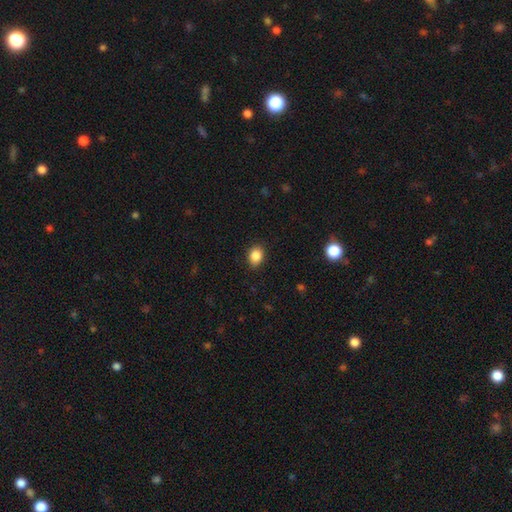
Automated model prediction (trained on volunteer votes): Morphology: type=smooth (87%); roundness=in between (54%); merging=none (88%).